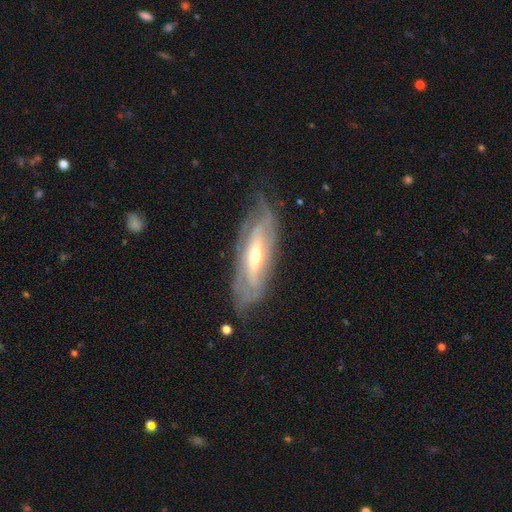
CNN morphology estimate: This is likely a featured or disk galaxy (78%). It is likely not viewed edge-on (75%). Bar: marginally no (44%). Spiral arm pattern: clearly yes (80%). Central bulge: possibly moderate (60%). Merging: likely none (65%).